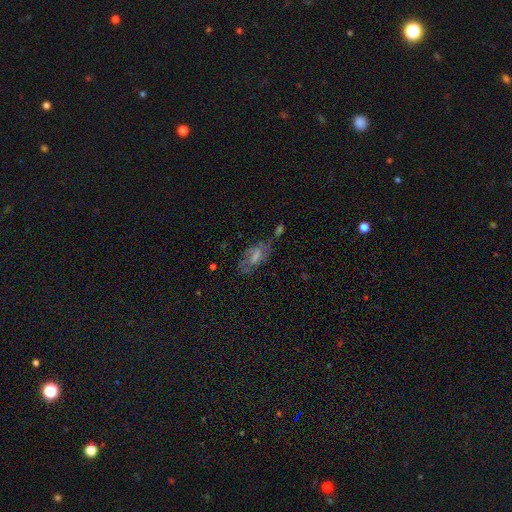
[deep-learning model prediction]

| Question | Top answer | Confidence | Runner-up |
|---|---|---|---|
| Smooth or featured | featured or disk | 50% | smooth (40%) |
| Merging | none | 48% | minor disturbance (25%) |